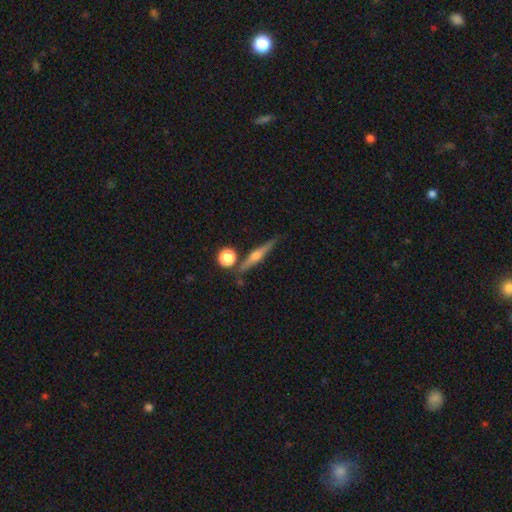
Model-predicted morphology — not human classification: Smooth or featured: featured or disk — 68% (smooth — 25%)
Edge-on disk: yes — 97% (no — 3%)
Edge-on bulge: rounded — 91% (none — 5%)
Merging: none — 81% (minor disturbance — 9%)